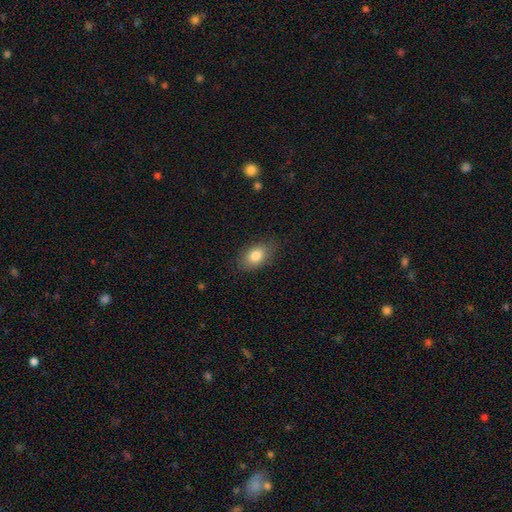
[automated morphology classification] Smooth or featured? smooth (82%)
How rounded? in between (87%)
Merging? none (80%)